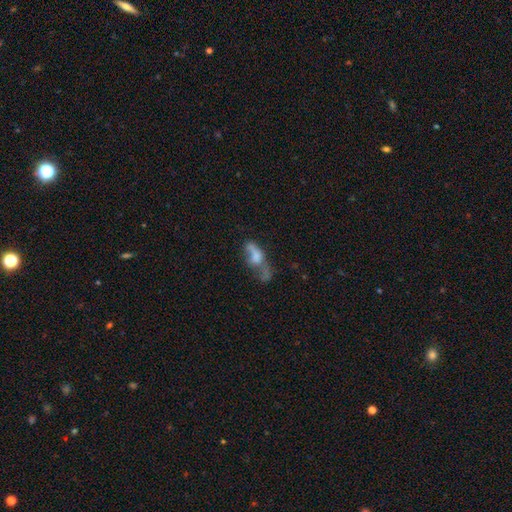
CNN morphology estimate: The model was most divided on "smooth or featured": smooth: 52%, featured or disk: 35%, star or artifact: 13%. Remaining: how rounded — in between (71%); merging — major disturbance (40%).